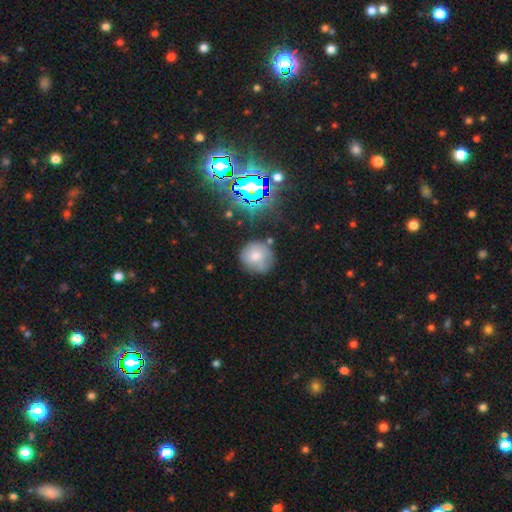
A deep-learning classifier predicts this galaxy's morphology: type=smooth (53%); roundness=round (86%); merging=none (73%).